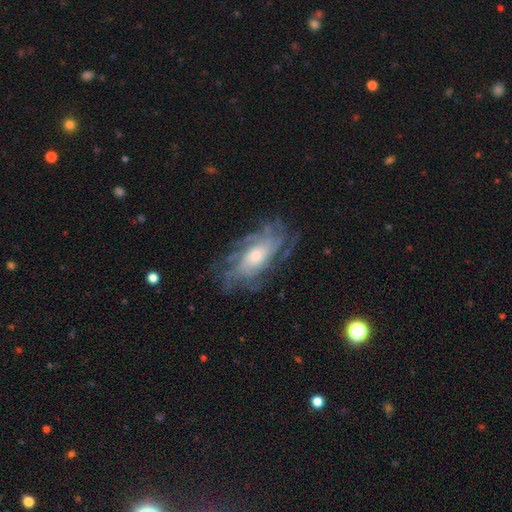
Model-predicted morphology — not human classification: A featured or disk galaxy (82%) with no bar (72%), tight (53%) spiral arms (92%) and a moderate central bulge (46%). Merging: none (73%).